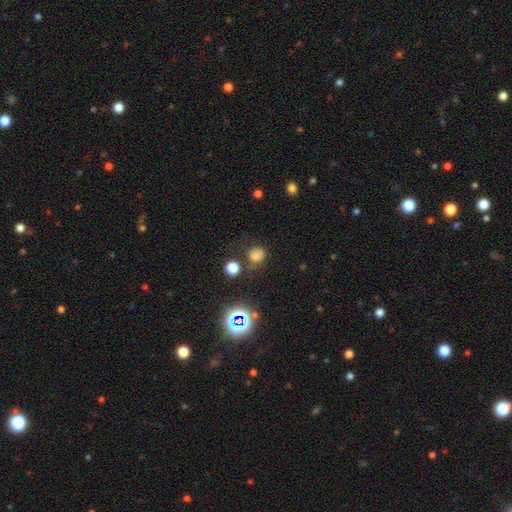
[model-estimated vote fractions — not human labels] Overall: smooth (69%). How rounded: round (72%). Merging: none (64%).